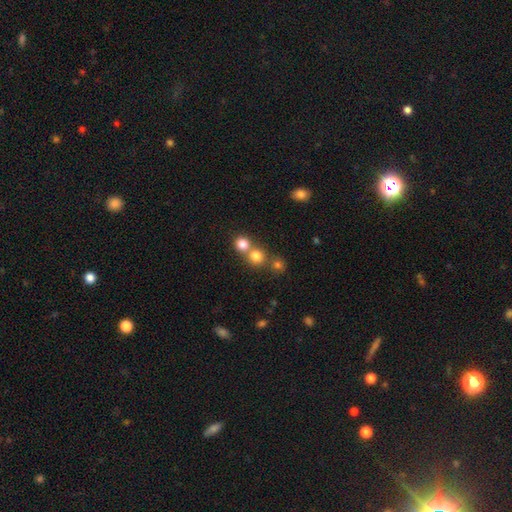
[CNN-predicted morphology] smooth_or_featured: smooth (p=0.77) [alt: star or artifact p=0.14]
how_rounded: round (p=0.89) [alt: in between p=0.10]
merging: none (p=0.52) [alt: merger p=0.40]